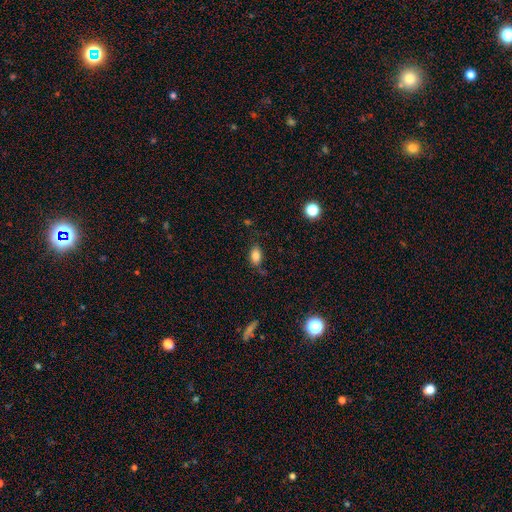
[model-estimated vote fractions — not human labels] This appears to be a smooth galaxy with no disk features (83%) that is in between round and cigar-shaped (86%). Merging: none (74%).